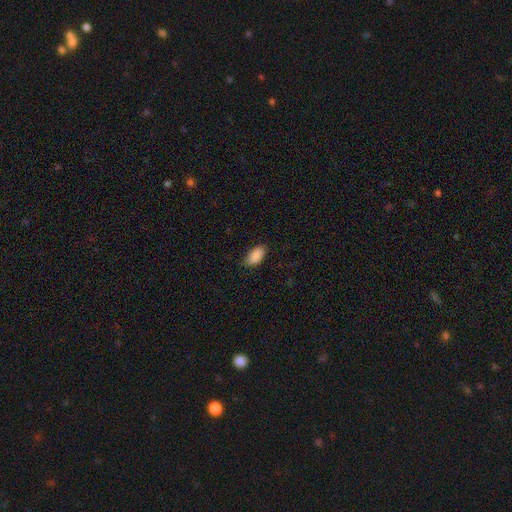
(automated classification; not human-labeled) A smooth galaxy with no disk features (89%) that is in between round and cigar-shaped (94%). Merging: none (79%).